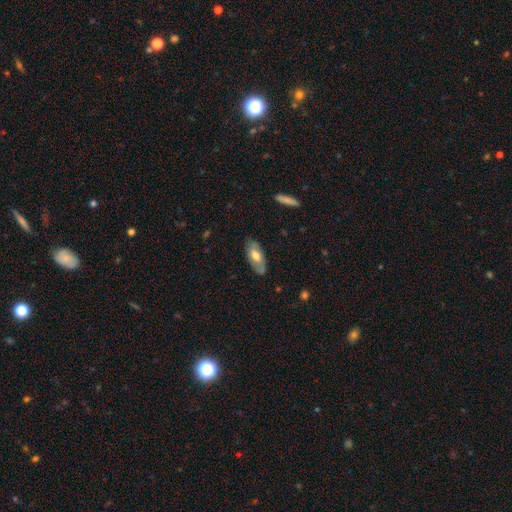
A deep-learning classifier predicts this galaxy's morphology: A smooth galaxy with no disk features (53%) that is in between round and cigar-shaped (85%). Merging: none (80%).